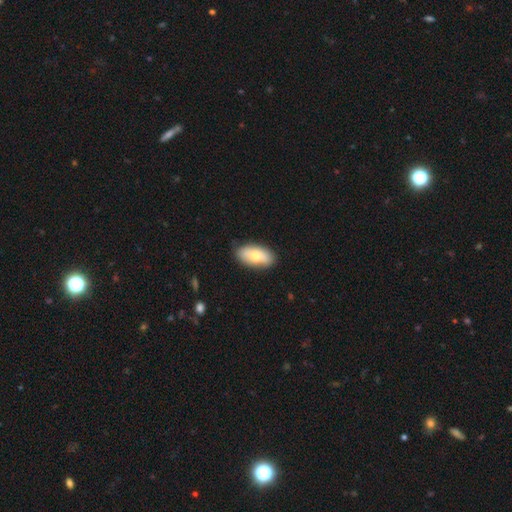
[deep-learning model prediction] The model was most divided on "smooth or featured": smooth: 71%, featured or disk: 23%, star or artifact: 6%. More confident: how rounded — in between (92%); merging — none (84%).